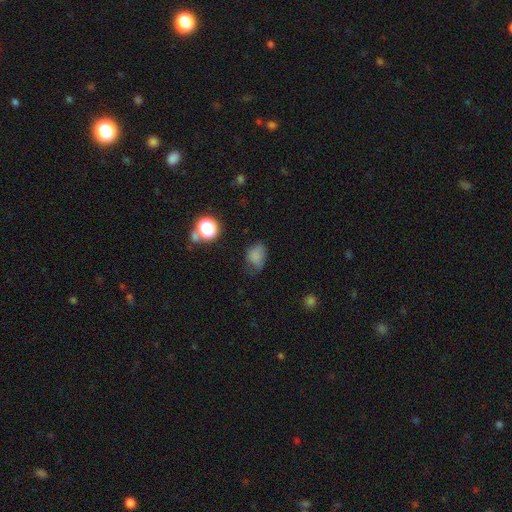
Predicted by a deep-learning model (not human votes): The model was most divided on "merging": none: 45%, minor disturbance: 35%, major disturbance: 17%, merger: 3%. More confident: smooth or featured — smooth (73%); how rounded — in between (66%).